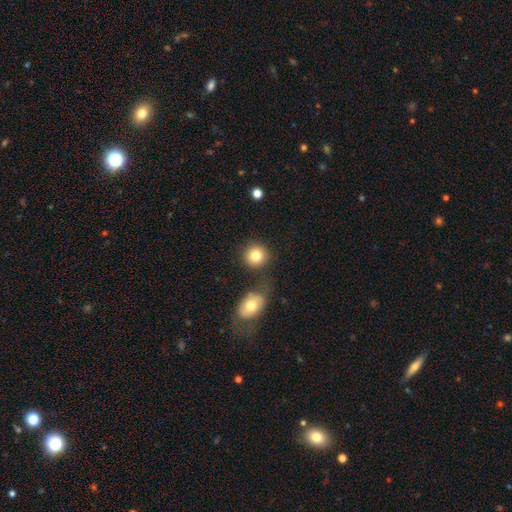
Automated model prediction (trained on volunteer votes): Smooth or featured: smooth — 81% (star or artifact — 9%)
How rounded: round — 88% (in between — 11%)
Merging: none — 74% (merger — 13%)